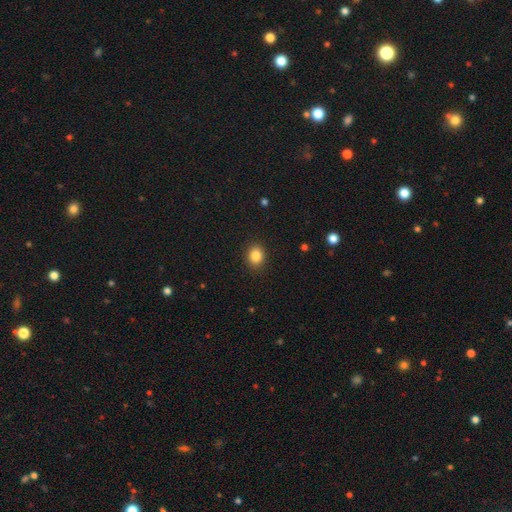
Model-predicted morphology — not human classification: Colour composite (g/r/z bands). It shows a smooth galaxy with no disk features (85%) that is round (60%). Merging: none (90%).